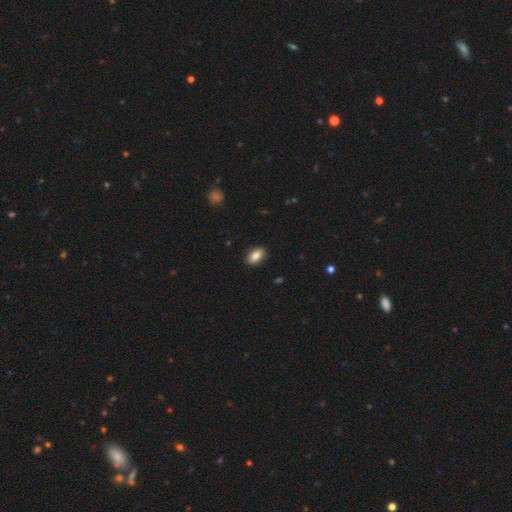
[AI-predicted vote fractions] A smooth galaxy with no disk features (85%) that is in between round and cigar-shaped (90%). Merging: none (90%).